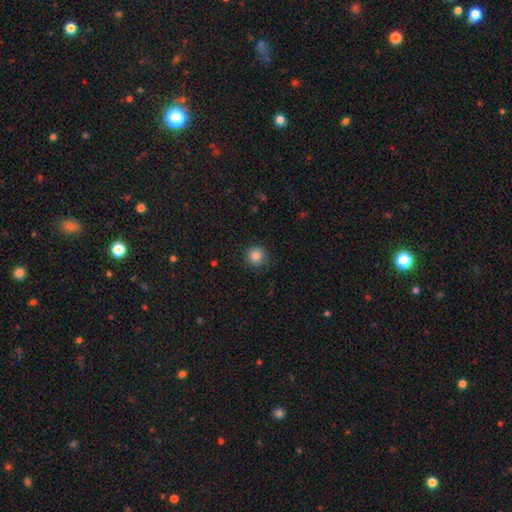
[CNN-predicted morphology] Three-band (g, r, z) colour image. It shows a smooth galaxy with no disk features (84%) that is round (93%). Merging: none (86%).